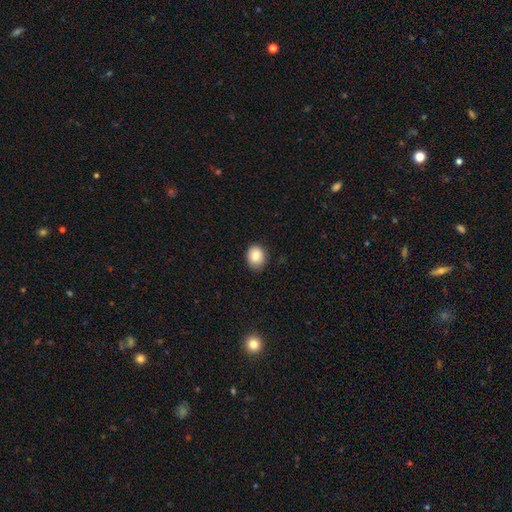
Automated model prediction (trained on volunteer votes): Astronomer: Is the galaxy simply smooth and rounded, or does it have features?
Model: smooth — 84%.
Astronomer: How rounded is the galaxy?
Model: round — 66%.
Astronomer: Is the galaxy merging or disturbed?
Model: none — 85%.